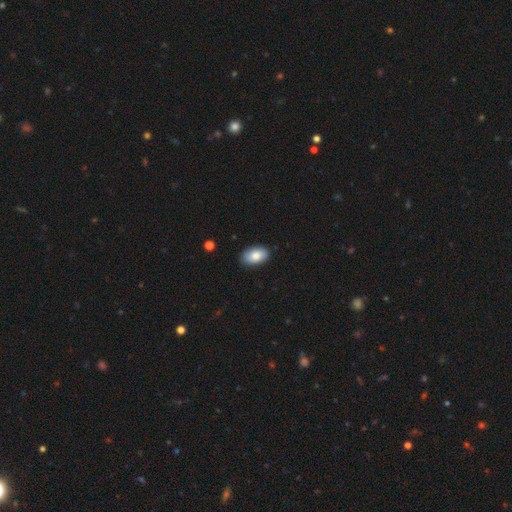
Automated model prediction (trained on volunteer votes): Q: Smooth or featured?
A: smooth (84%); runner-up: featured or disk (10%)
Q: How rounded?
A: in between (93%); runner-up: round (5%)
Q: Merging?
A: none (84%); runner-up: minor disturbance (12%)